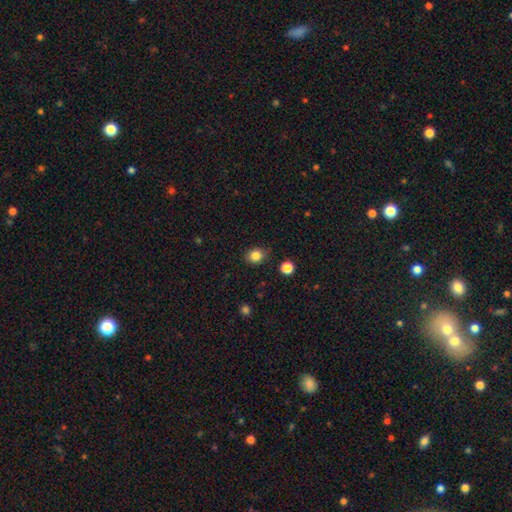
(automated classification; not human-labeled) Smooth or featured: smooth — 84% (star or artifact — 11%)
How rounded: round — 66% (in between — 33%)
Merging: none — 81% (minor disturbance — 14%)